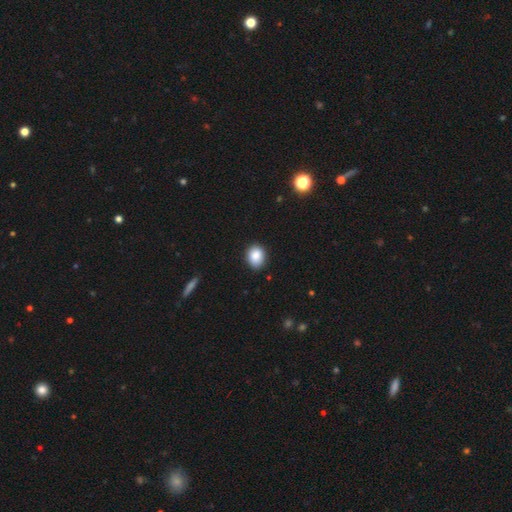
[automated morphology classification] Overall: smooth (87%). How rounded: in between (55%; round 44%). Merging: none (85%).